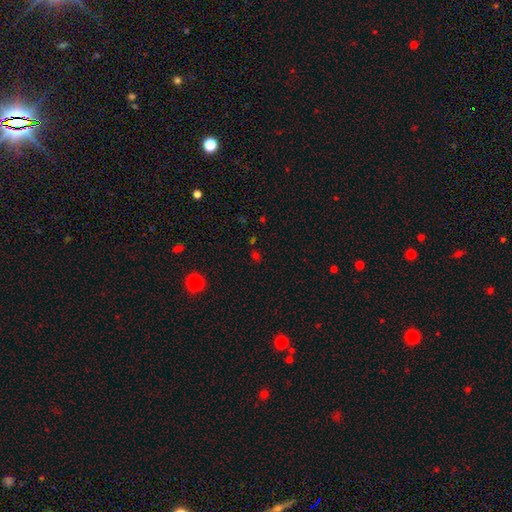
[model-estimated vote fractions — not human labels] Smooth or featured?
  - smooth: 48% *
  - star or artifact: 45%
  - featured or disk: 6%
Merging?
  - none: 75% *
  - minor disturbance: 12%
  - merger: 8%
  - major disturbance: 6%